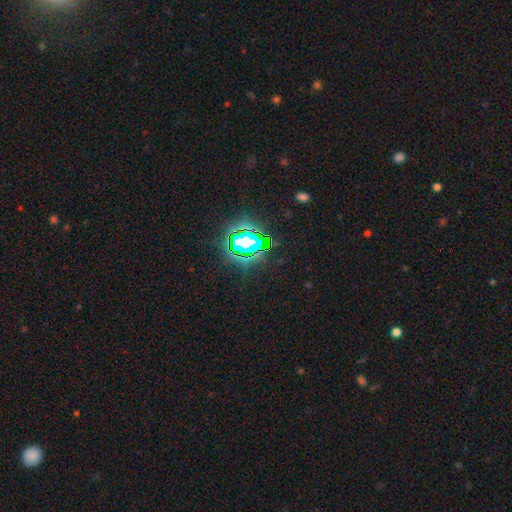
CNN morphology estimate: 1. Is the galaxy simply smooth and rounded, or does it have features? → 80% star or artifact, 12% smooth, 7% featured or disk.